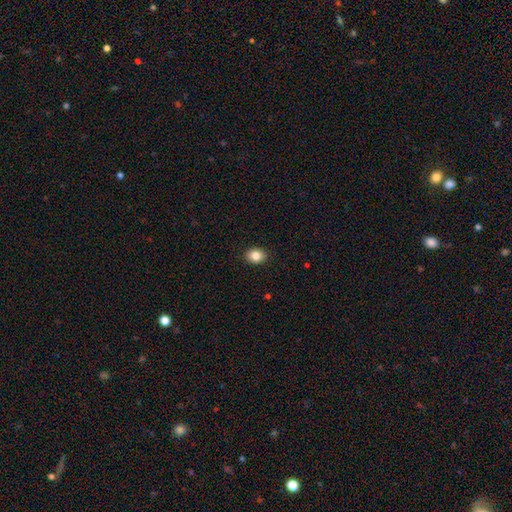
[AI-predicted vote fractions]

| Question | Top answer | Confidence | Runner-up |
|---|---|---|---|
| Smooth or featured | smooth | 85% | star or artifact (9%) |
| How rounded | in between | 54% | round (45%) |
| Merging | none | 90% | minor disturbance (7%) |